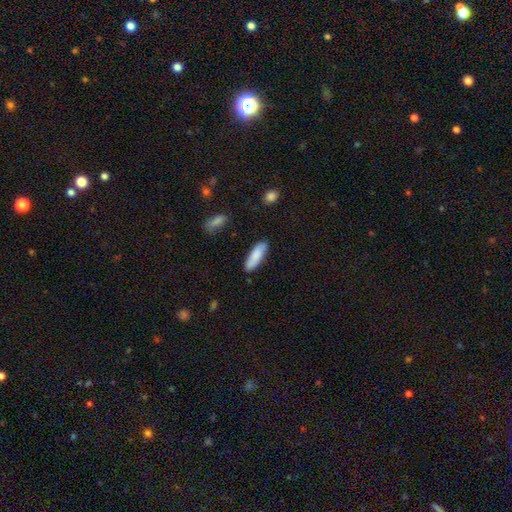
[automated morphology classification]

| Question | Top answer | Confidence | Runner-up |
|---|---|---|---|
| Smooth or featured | smooth | 85% | featured or disk (10%) |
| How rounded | cigar-shaped | 54% | in between (44%) |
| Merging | none | 87% | minor disturbance (10%) |